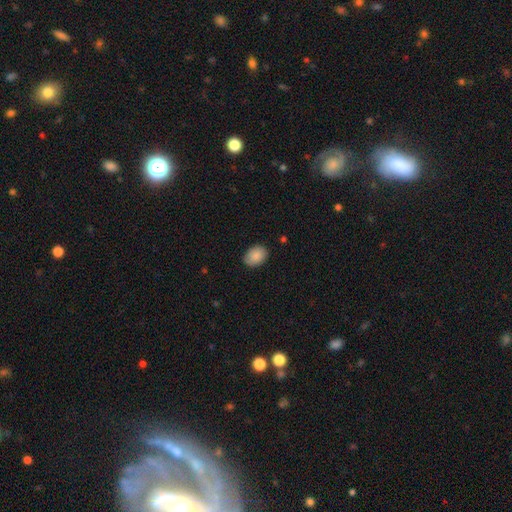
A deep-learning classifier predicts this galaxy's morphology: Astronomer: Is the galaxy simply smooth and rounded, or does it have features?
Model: smooth — 88%.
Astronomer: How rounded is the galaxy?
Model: in between — 76%.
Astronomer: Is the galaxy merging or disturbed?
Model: none — 83%.